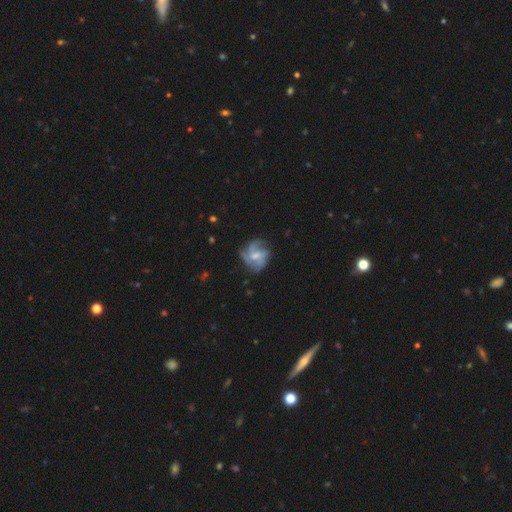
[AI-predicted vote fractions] featured or disk 69%, smooth 23%, star or artifact 8%. Down the decision tree: edge-on disk — no (98%); bar — no (48%); spiral arms — yes (85%); spiral arm count — 3 (37%); spiral winding — medium (45%); bulge size — moderate (47%); merging — none (59%).